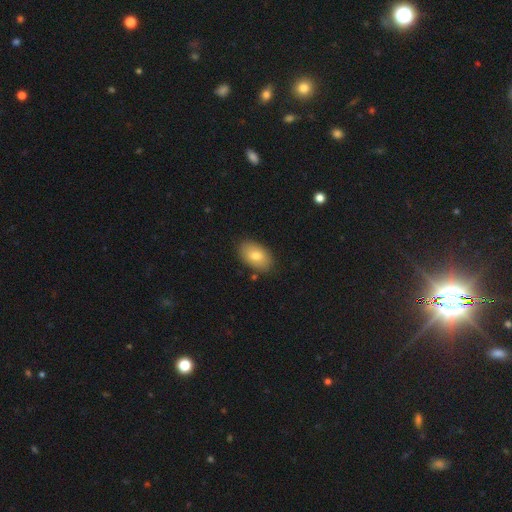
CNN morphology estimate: type=smooth (78%); roundness=in between (92%); merging=none (85%).